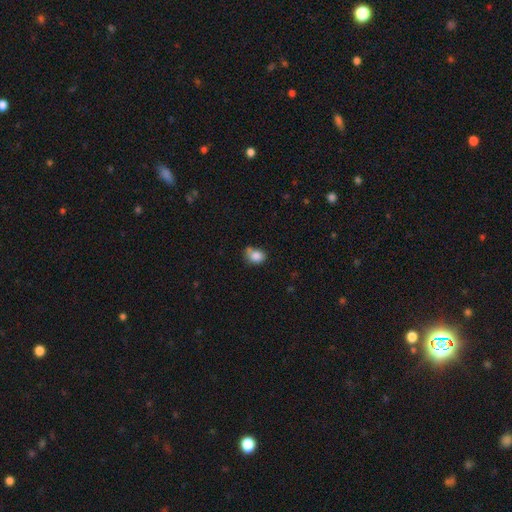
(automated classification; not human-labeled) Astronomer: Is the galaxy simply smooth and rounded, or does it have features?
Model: smooth — 83%.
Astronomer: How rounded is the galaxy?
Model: in between — 53% (runner-up: round, 46%).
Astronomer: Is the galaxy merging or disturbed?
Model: none — 48% (runner-up: minor disturbance, 28%).